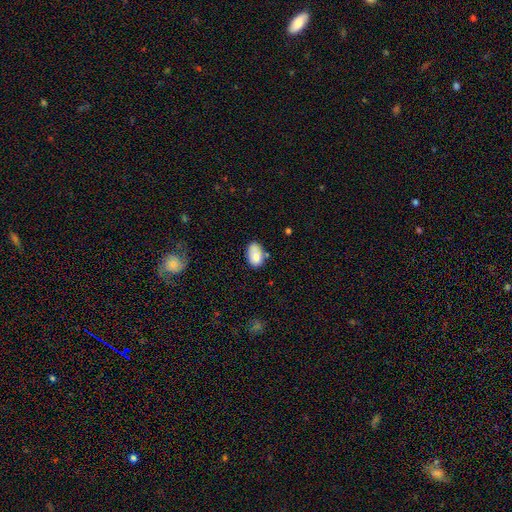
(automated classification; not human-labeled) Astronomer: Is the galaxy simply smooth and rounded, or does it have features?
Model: smooth — 79%.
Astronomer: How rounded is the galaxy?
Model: in between — 89%.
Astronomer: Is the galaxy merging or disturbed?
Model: none — 58%.